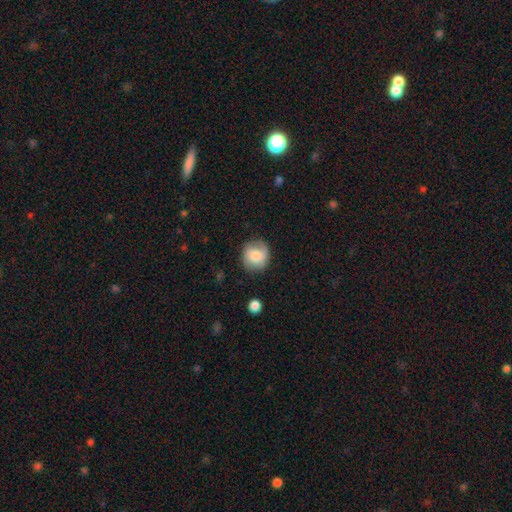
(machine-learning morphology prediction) Smooth or featured?
  - smooth: 66% *
  - featured or disk: 26%
  - star or artifact: 8%
How rounded?
  - round: 83% *
  - in between: 16%
  - cigar-shaped: 1%
Merging?
  - none: 74% *
  - minor disturbance: 19%
  - major disturbance: 6%
  - merger: 2%